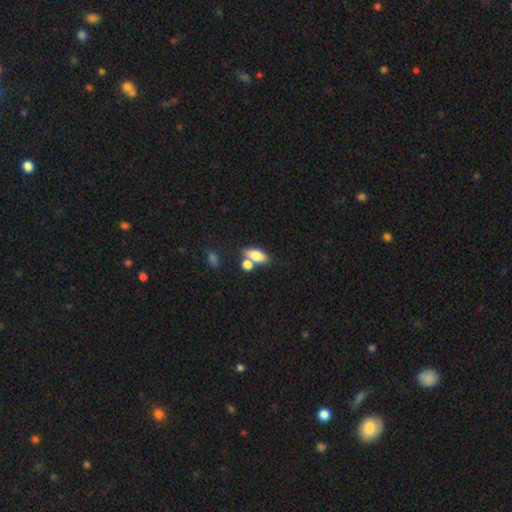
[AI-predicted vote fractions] smooth 76%, featured or disk 16%, star or artifact 8%. Down the decision tree: how rounded — in between (78%); merging — none (50%).